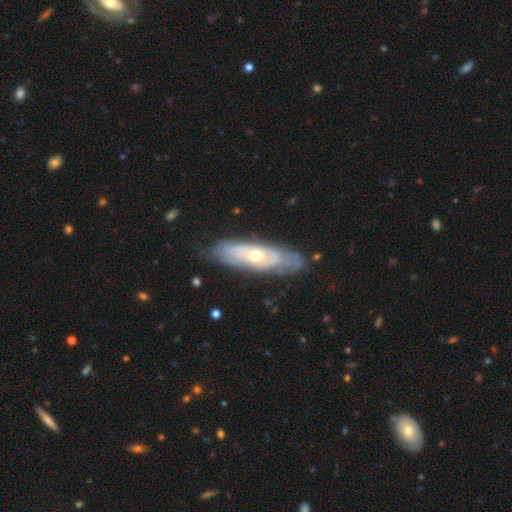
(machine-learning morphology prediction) This is likely a featured or disk galaxy (69%). It is likely not viewed edge-on (75%). Bar: clearly no (84%). Spiral arm pattern: possibly no (53%). Central bulge: likely moderate (69%). Merging: likely none (76%).